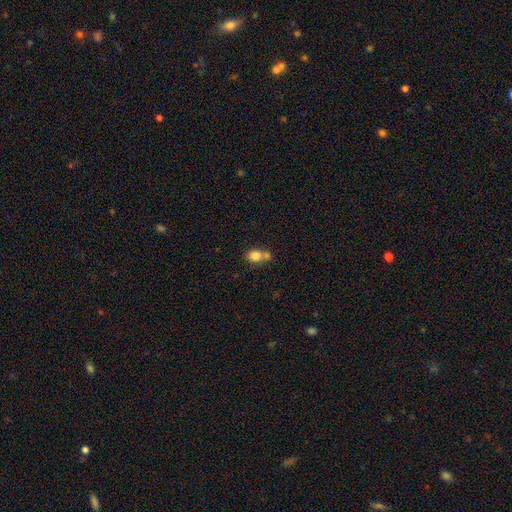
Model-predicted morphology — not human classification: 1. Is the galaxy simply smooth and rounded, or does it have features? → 80% smooth, 10% featured or disk, 10% star or artifact.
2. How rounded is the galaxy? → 55% round, 43% in between, 1% cigar-shaped.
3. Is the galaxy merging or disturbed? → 43% merger, 42% none, 11% minor disturbance, 4% major disturbance.